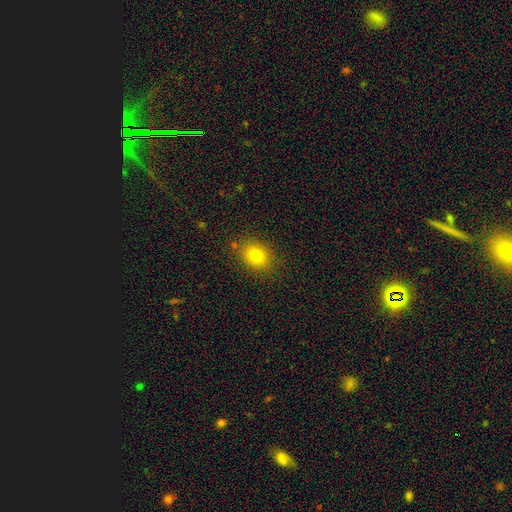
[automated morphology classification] A smooth galaxy with no disk features (78%) that is round (54%).

Vote fractions:
- Smooth or featured? smooth: 78% / star or artifact: 13% / featured or disk: 9%
- How rounded? round: 54% / in between: 45% / cigar-shaped: 1%
- Merging? none: 86% / minor disturbance: 10% / major disturbance: 3% / merger: 2%